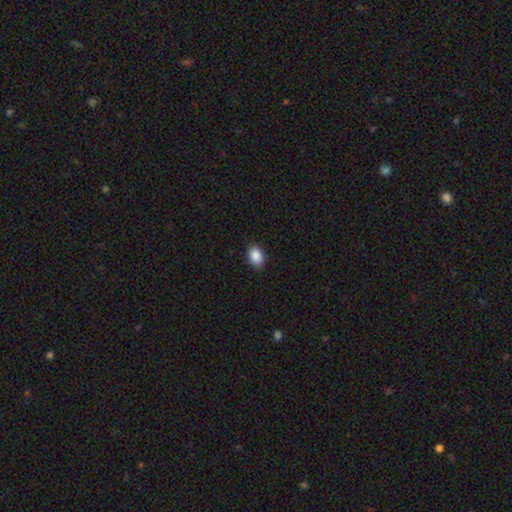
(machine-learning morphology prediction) Smooth or featured: smooth — 89% (star or artifact — 8%)
How rounded: in between — 80% (round — 19%)
Merging: none — 86% (minor disturbance — 11%)